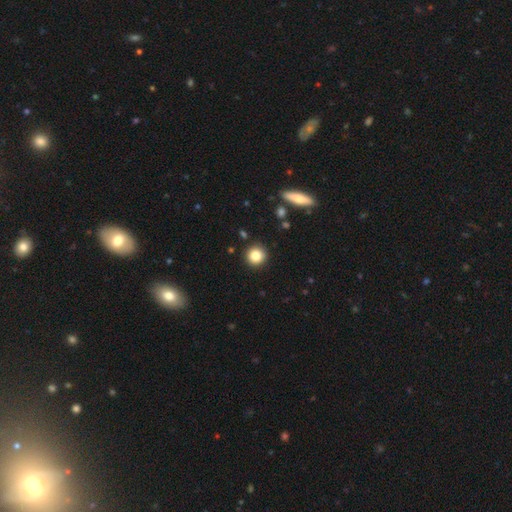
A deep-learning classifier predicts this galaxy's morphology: smooth-or-featured: smooth: 83% | star or artifact: 10% | featured or disk: 6%
  how-rounded: round: 94% | in between: 5% | cigar-shaped: 1%
  merging: none: 91% | minor disturbance: 6% | major disturbance: 2% | merger: 2%